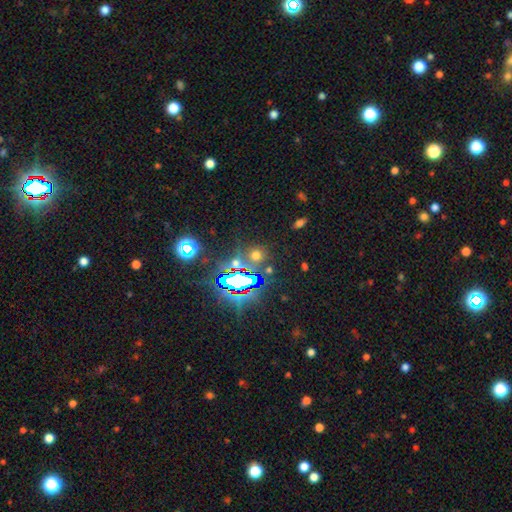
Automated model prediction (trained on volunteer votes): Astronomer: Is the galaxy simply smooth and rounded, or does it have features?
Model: star or artifact — 48% (runner-up: smooth, 44%).